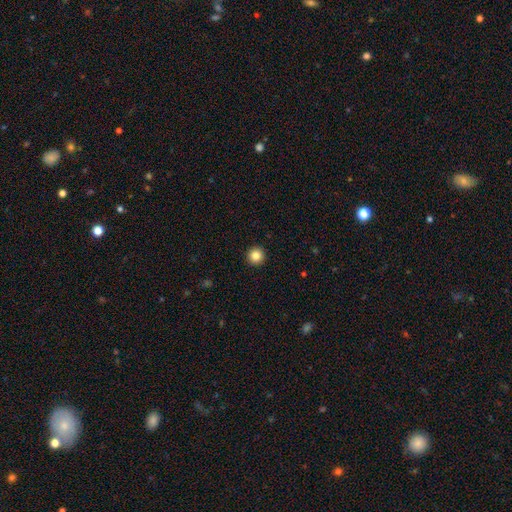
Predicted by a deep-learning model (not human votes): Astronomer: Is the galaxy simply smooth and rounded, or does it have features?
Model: smooth — 84%.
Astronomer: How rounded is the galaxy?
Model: round — 96%.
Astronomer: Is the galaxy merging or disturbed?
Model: none — 94%.